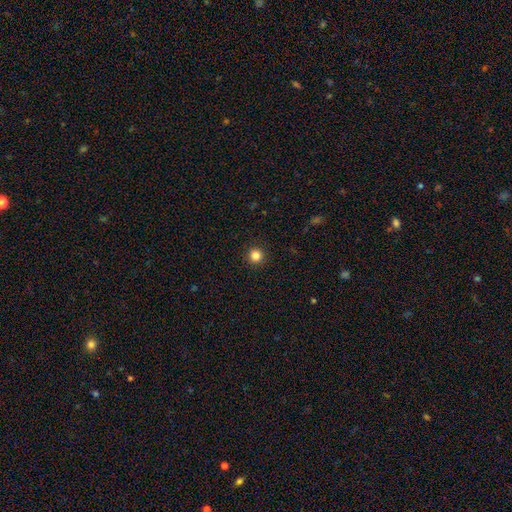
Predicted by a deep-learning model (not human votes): Smooth or featured? smooth (84%)
How rounded? round (95%)
Merging? none (93%)